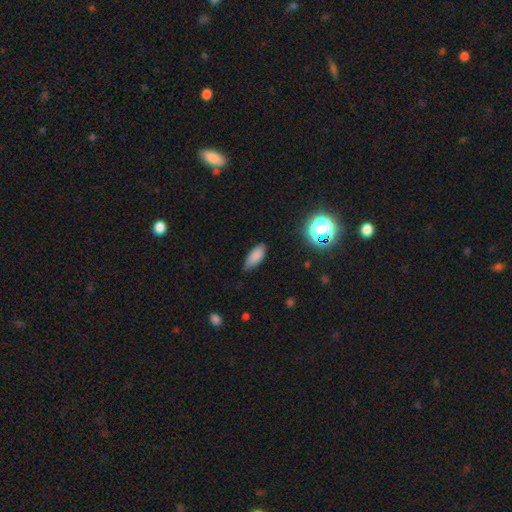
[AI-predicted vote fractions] smooth_or_featured: smooth (p=0.83) [alt: star or artifact p=0.10]
how_rounded: in between (p=0.80) [alt: cigar-shaped p=0.17]
merging: none (p=0.65) [alt: minor disturbance p=0.29]